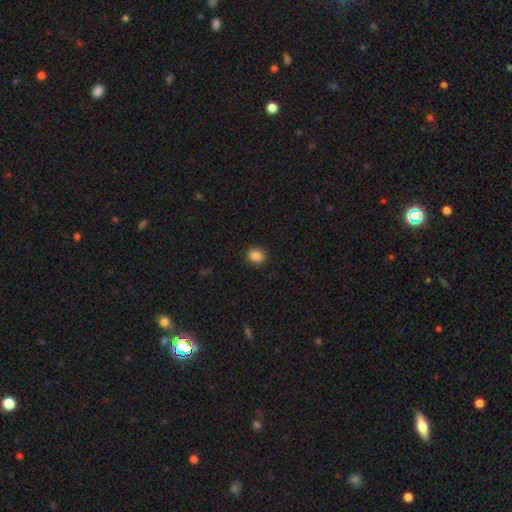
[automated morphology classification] type=smooth (87%); roundness=round (55%); merging=none (89%).